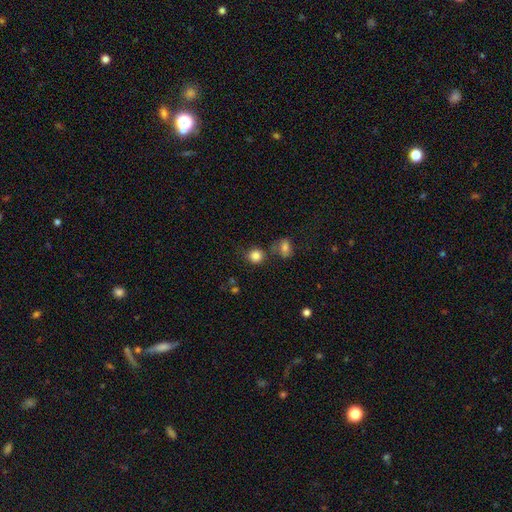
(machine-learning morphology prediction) Smooth or featured: smooth — 84% (star or artifact — 11%)
How rounded: round — 87% (in between — 12%)
Merging: none — 66% (merger — 15%)